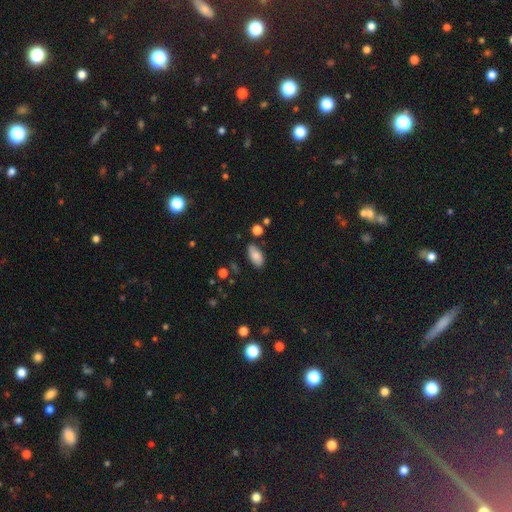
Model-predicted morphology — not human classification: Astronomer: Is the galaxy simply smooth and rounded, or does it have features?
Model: smooth — 82%.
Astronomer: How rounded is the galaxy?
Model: in between — 93%.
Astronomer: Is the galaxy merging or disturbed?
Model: none — 78%.